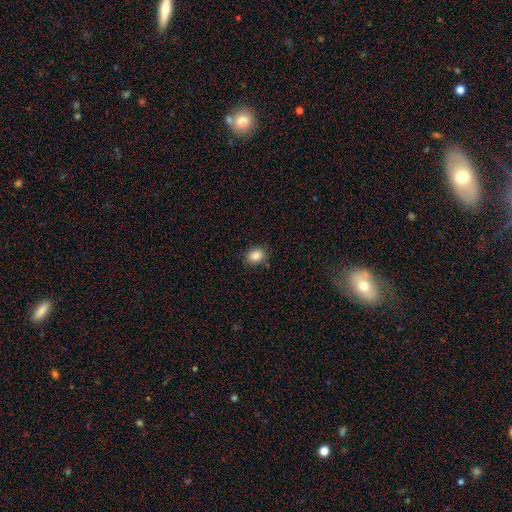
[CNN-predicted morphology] Smooth or featured? smooth (87%)
How rounded? in between (63%)
Merging? none (86%)